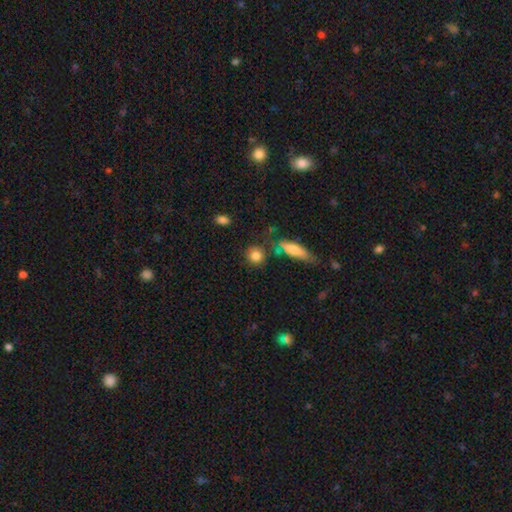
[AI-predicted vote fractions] Smooth or featured?
  - smooth: 82% *
  - featured or disk: 9%
  - star or artifact: 9%
How rounded?
  - round: 82% *
  - in between: 15%
  - cigar-shaped: 3%
Merging?
  - none: 75% *
  - minor disturbance: 12%
  - merger: 9%
  - major disturbance: 4%